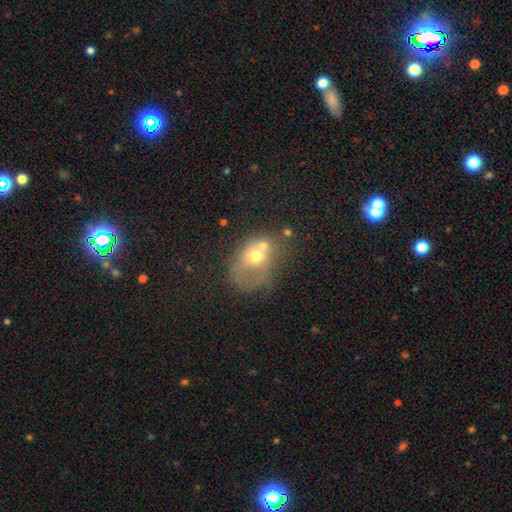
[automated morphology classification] Smooth or featured? smooth (52%)
How rounded? in between (55%)
Merging? merger (41%)